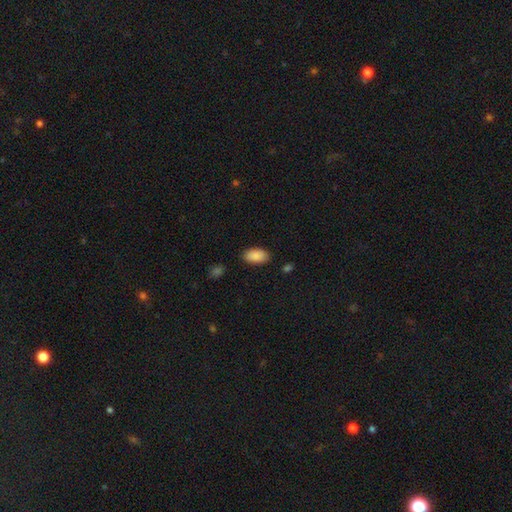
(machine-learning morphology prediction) A smooth galaxy with no disk features (90%) that is in between round and cigar-shaped (95%). Merging: none (86%).